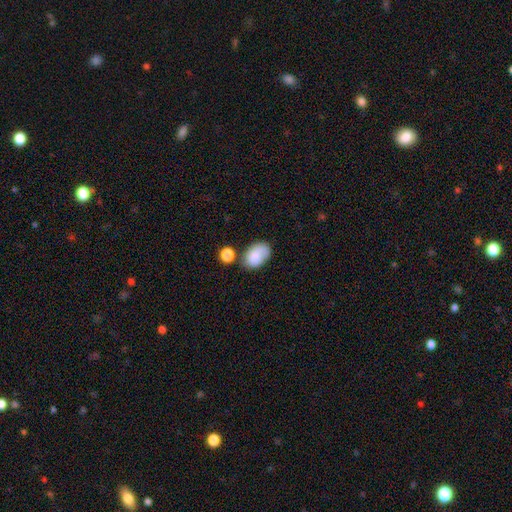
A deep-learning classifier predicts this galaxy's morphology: This is clearly a smooth galaxy (81%). How rounded: clearly in between (87%). Merging: possibly none (57%).